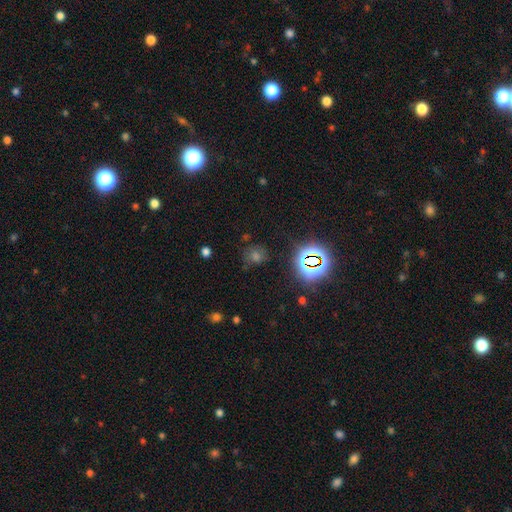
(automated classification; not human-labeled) Smooth or featured? Predicted: star or artifact (p=0.53).